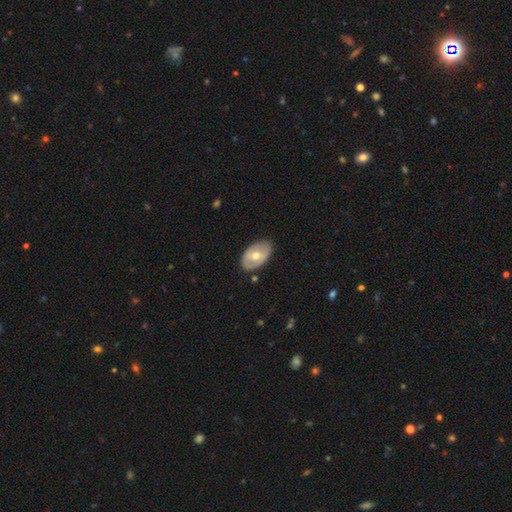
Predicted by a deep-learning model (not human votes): Smooth or featured? featured or disk (47%)
Merging? none (82%)